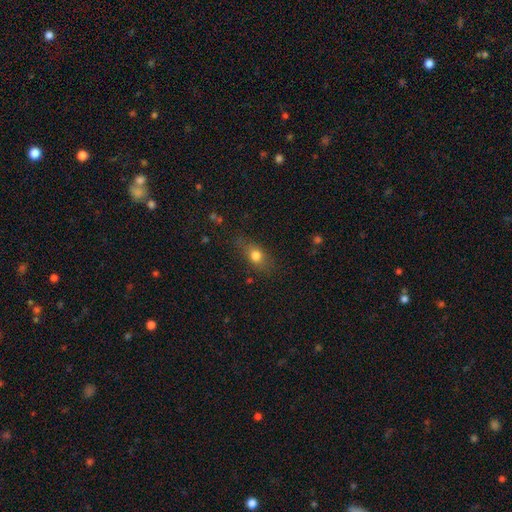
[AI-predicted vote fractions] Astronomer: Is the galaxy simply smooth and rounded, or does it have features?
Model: smooth — 74%.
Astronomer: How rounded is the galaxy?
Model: in between — 66%.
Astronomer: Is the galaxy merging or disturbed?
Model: none — 73%.